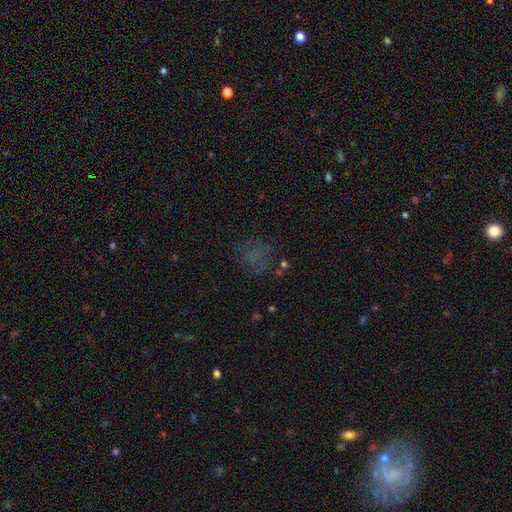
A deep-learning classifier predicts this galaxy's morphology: Smooth or featured?
  - smooth: 49% *
  - star or artifact: 30%
  - featured or disk: 21%
Merging?
  - none: 63% *
  - minor disturbance: 17%
  - major disturbance: 15%
  - merger: 4%